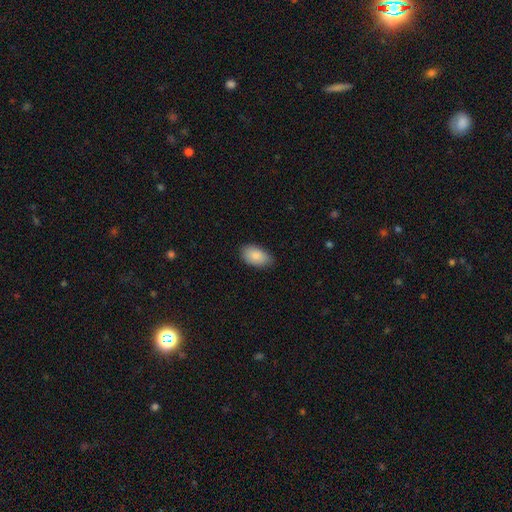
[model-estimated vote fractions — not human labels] Smooth or featured: smooth — 87% (star or artifact — 7%)
How rounded: in between — 94% (round — 5%)
Merging: none — 82% (minor disturbance — 15%)